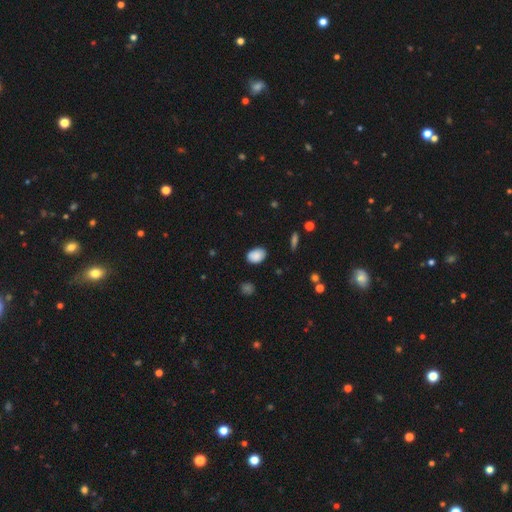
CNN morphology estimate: The model was most divided on "how rounded": in between: 84%, round: 15%, cigar-shaped: 1%. More confident: smooth or featured — smooth (87%); merging — none (85%).